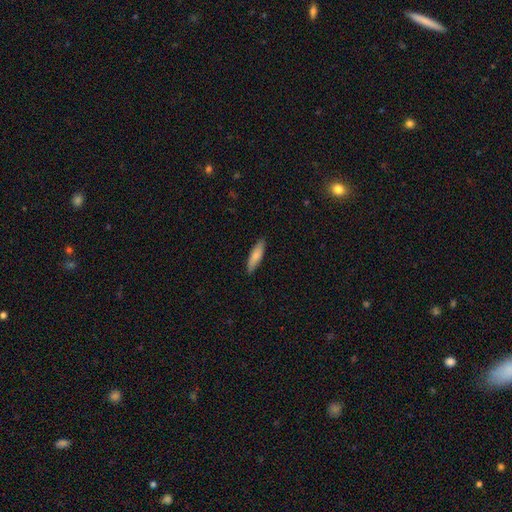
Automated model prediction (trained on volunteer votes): The model was most divided on "how rounded": cigar-shaped: 62%, in between: 36%, round: 2%. More confident: merging — none (88%); smooth or featured — smooth (78%).